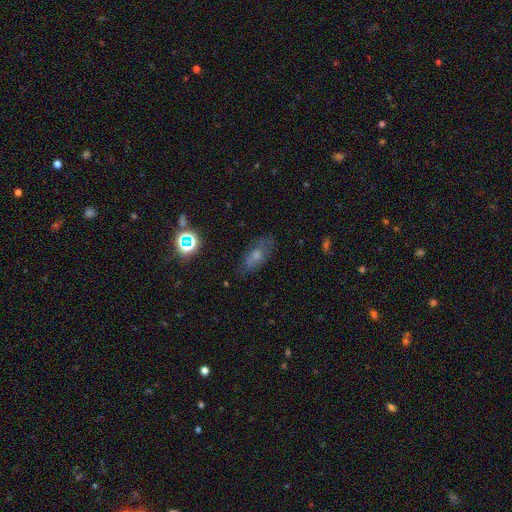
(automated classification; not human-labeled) smooth 59%, featured or disk 26%, star or artifact 16%. Down the decision tree: how rounded — in between (77%); merging — none (70%).